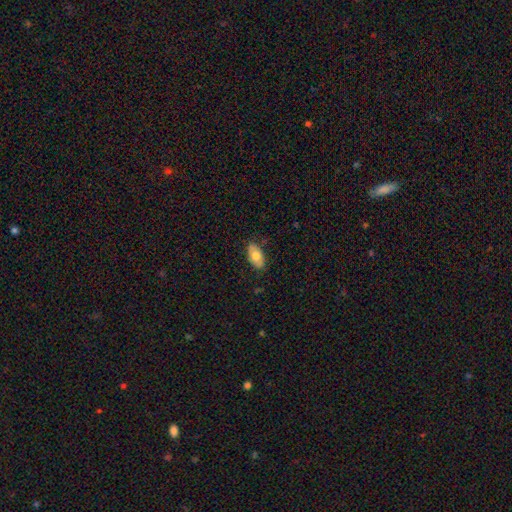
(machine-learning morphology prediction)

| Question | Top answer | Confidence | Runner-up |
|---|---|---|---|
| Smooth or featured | smooth | 74% | featured or disk (19%) |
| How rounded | in between | 92% | cigar-shaped (4%) |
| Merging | none | 83% | minor disturbance (14%) |